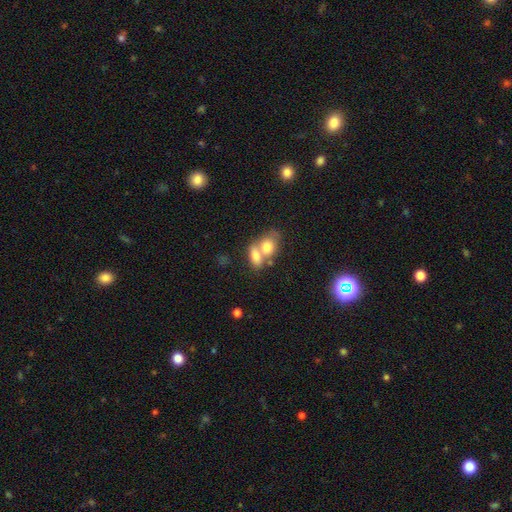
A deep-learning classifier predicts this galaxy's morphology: smooth-or-featured: smooth: 75% | featured or disk: 17% | star or artifact: 8%
  how-rounded: in between: 76% | round: 21% | cigar-shaped: 3%
  merging: merger: 67% | none: 22% | minor disturbance: 7% | major disturbance: 4%